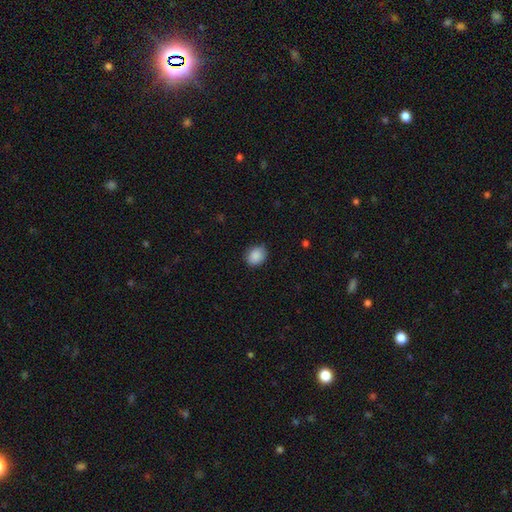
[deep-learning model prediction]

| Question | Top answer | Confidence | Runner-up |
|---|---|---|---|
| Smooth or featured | smooth | 88% | star or artifact (8%) |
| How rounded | round | 54% | in between (45%) |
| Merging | none | 80% | minor disturbance (16%) |